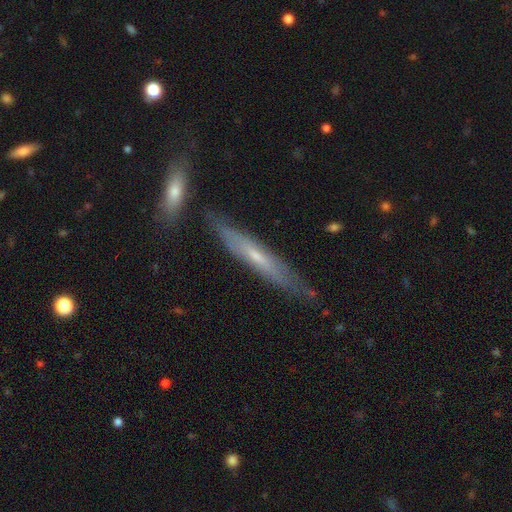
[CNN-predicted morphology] featured or disk 58%, smooth 34%, star or artifact 8%. Down the decision tree: edge-on disk — yes (82%); merging — none (79%).